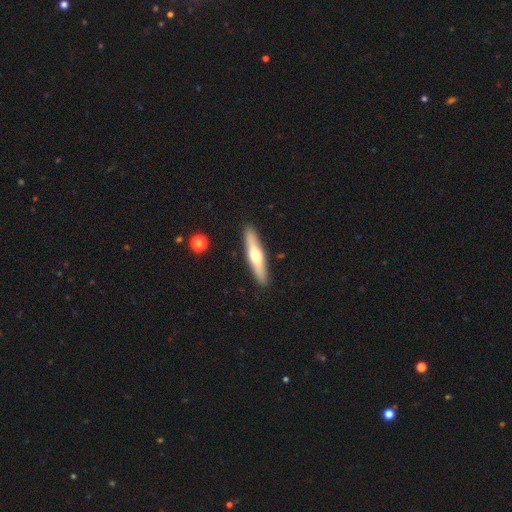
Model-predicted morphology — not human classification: Smooth or featured: featured or disk — 51% (smooth — 44%)
Edge-on disk: yes — 90% (no — 10%)
Merging: none — 90% (minor disturbance — 7%)